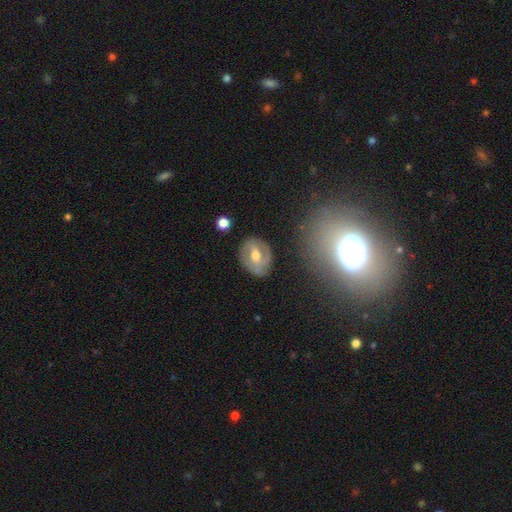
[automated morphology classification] Smooth or featured?
  - featured or disk: 69% *
  - smooth: 25%
  - star or artifact: 7%
Edge-on disk?
  - no: 95% *
  - yes: 5%
Bar?
  - weak: 46% *
  - strong: 30%
  - no: 25%
Spiral arms?
  - yes: 76% *
  - no: 24%
Bulge size?
  - moderate: 68% *
  - small: 26%
  - large: 3%
  - none: 1%
  - dominant: 1%
Merging?
  - none: 76% *
  - minor disturbance: 16%
  - major disturbance: 6%
  - merger: 2%